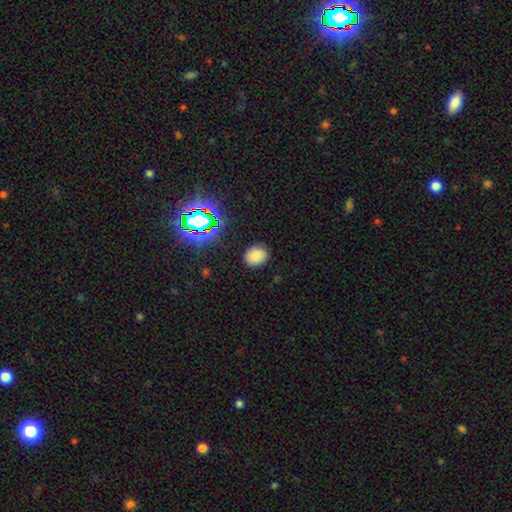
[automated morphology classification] smooth_or_featured: smooth (p=0.78) [alt: star or artifact p=0.16]
how_rounded: round (p=0.54) [alt: in between p=0.45]
merging: none (p=0.84) [alt: minor disturbance p=0.11]